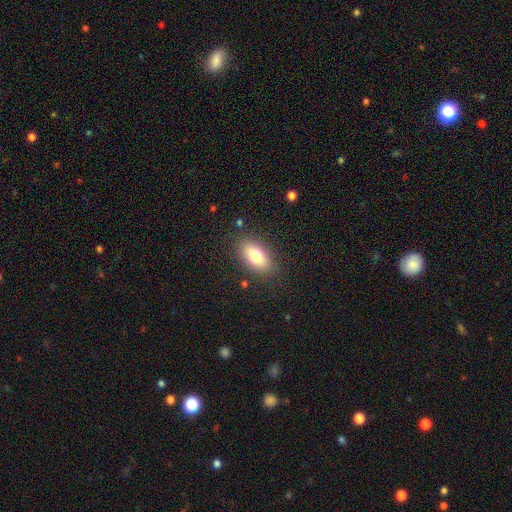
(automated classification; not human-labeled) smooth_or_featured: smooth (p=0.77) [alt: featured or disk p=0.14]
how_rounded: in between (p=0.89) [alt: round p=0.05]
merging: none (p=0.84) [alt: minor disturbance p=0.11]